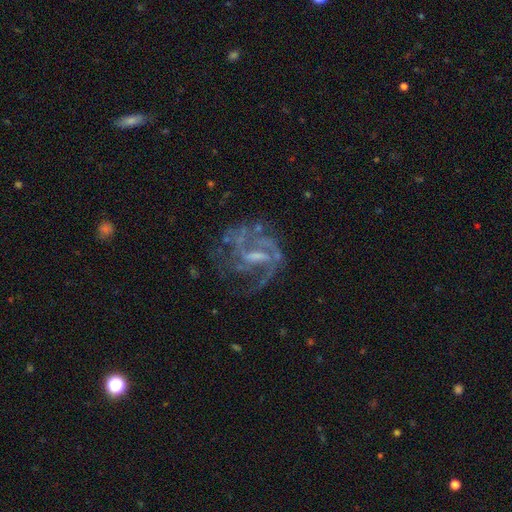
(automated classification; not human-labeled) featured or disk 84%, star or artifact 9%, smooth 7%. Down the decision tree: edge-on disk — no (97%); bar — weak (50%); spiral arms — yes (87%); spiral arm count — 2 (40%); spiral winding — medium (48%); bulge size — small (36%); merging — none (51%).